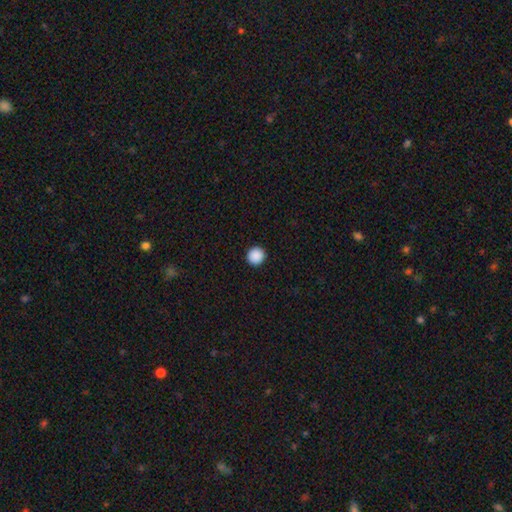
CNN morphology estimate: Q: Smooth or featured?
A: smooth (90%); runner-up: star or artifact (8%)
Q: How rounded?
A: round (94%); runner-up: in between (5%)
Q: Merging?
A: none (94%); runner-up: minor disturbance (4%)